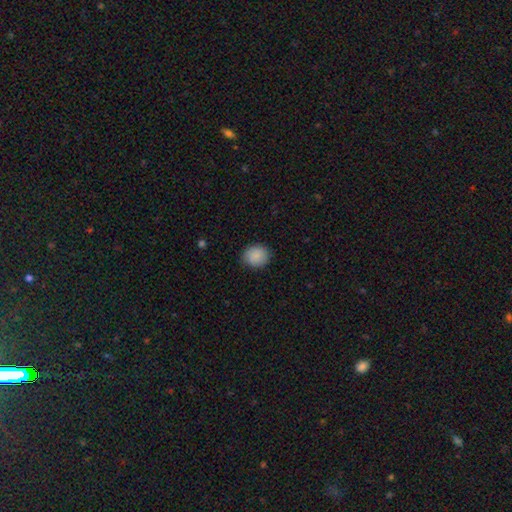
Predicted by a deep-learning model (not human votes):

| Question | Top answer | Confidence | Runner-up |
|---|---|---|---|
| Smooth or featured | smooth | 89% | star or artifact (8%) |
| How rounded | round | 73% | in between (26%) |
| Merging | none | 87% | minor disturbance (9%) |